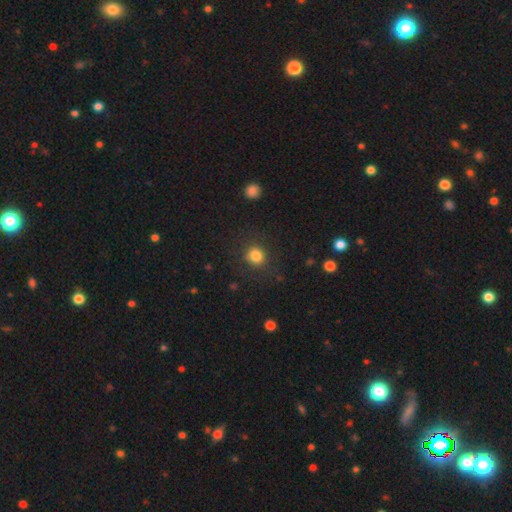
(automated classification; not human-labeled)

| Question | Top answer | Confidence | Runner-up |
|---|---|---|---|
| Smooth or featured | smooth | 83% | star or artifact (12%) |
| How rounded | round | 86% | in between (13%) |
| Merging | none | 86% | minor disturbance (9%) |